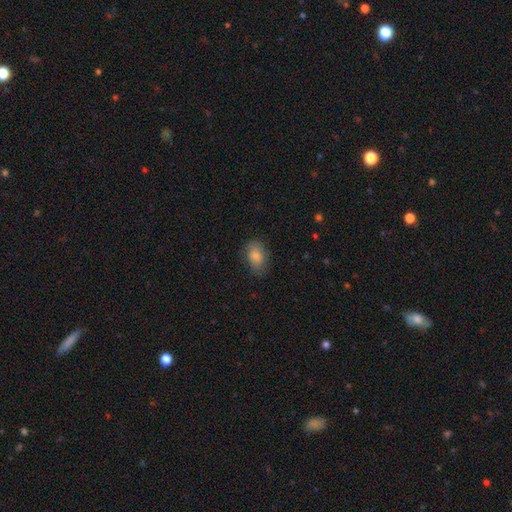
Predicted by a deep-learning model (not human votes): Morphology: type=smooth (82%); roundness=in between (87%); merging=none (76%).